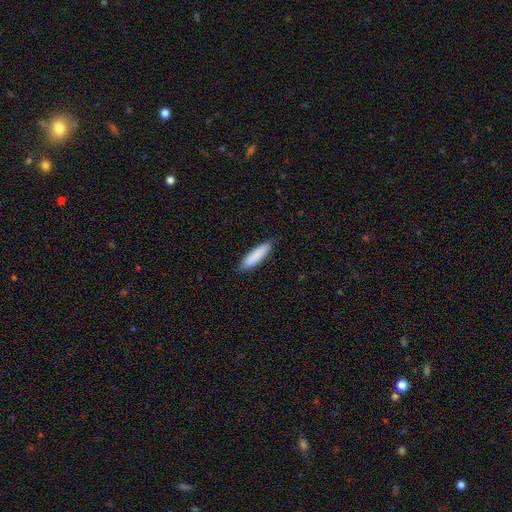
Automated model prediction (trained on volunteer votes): Morphology: type=smooth (88%); roundness=cigar-shaped (73%); merging=none (88%).